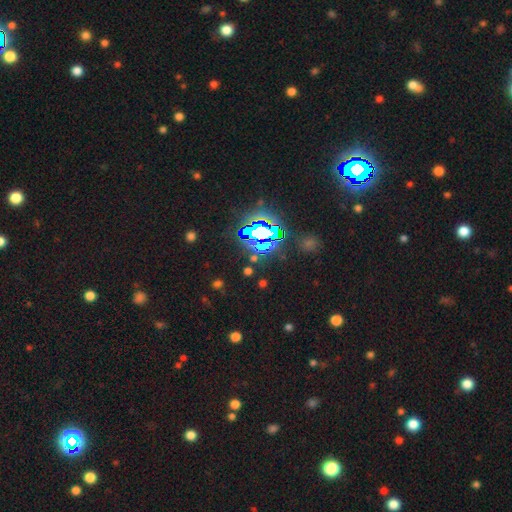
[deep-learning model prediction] This appears to be a star or artifact, not a galaxy (79%).